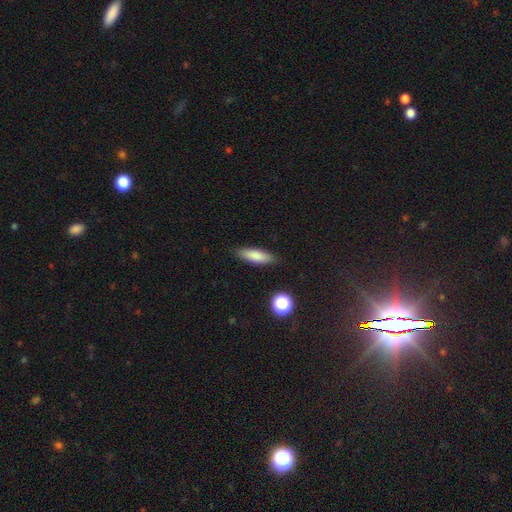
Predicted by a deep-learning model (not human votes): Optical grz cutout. It shows a smooth galaxy with no disk features (81%) that is cigar-shaped (50%). Merging: none (86%).